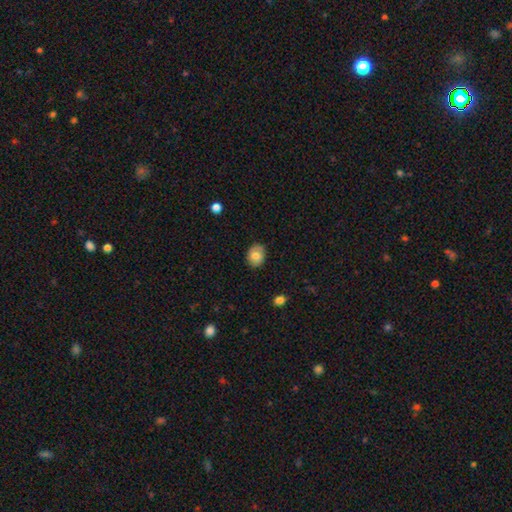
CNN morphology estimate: Overall: smooth (79%). How rounded: in between (55%; round 44%). Merging: none (83%).